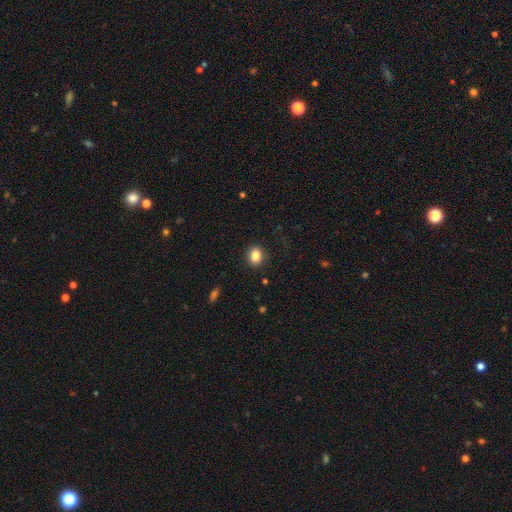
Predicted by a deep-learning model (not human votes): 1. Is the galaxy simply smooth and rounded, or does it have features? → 84% smooth, 10% star or artifact, 6% featured or disk.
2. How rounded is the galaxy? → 52% round, 47% in between, 1% cigar-shaped.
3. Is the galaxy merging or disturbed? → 88% none, 8% minor disturbance, 3% major disturbance, 1% merger.